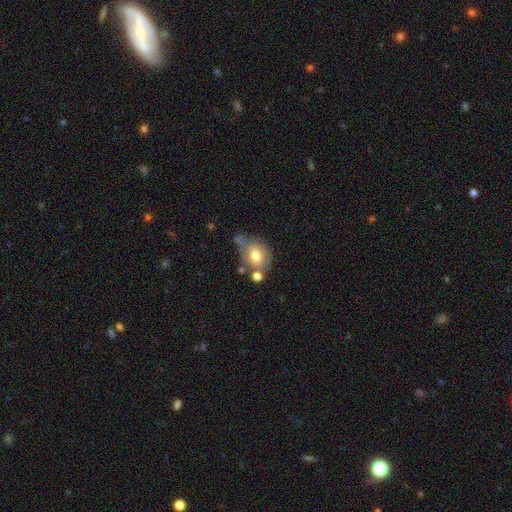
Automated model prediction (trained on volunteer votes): The model was most divided on "how rounded": in between: 58%, round: 41%, cigar-shaped: 1%. Remaining: smooth or featured — smooth (68%); merging — none (46%).